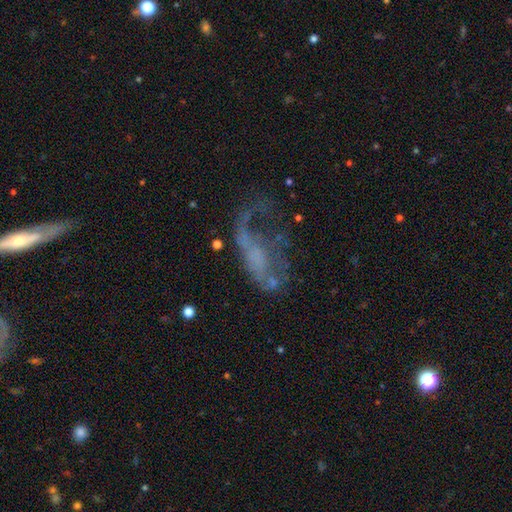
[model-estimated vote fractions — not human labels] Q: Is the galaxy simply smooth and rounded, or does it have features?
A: featured or disk — 58%.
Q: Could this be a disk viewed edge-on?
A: no — 92%.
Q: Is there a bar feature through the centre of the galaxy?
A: no — 78%.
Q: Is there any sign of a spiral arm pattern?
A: no — 59%.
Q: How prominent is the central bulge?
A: none — 63%.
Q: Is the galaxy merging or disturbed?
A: major disturbance — 47%.